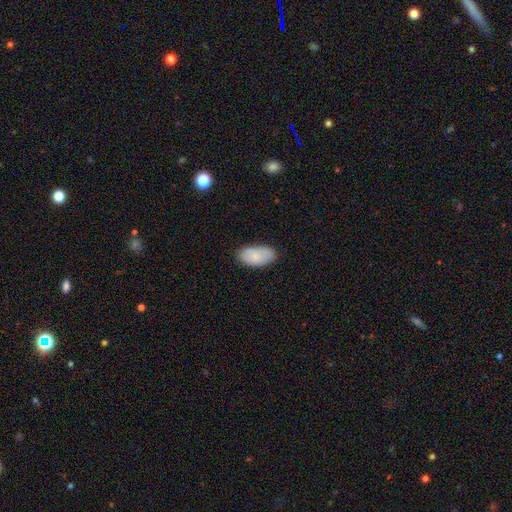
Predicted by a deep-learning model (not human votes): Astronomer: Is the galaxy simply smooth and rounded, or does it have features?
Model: smooth — 80%.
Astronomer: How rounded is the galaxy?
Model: in between — 94%.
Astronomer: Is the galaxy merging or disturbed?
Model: none — 78%.